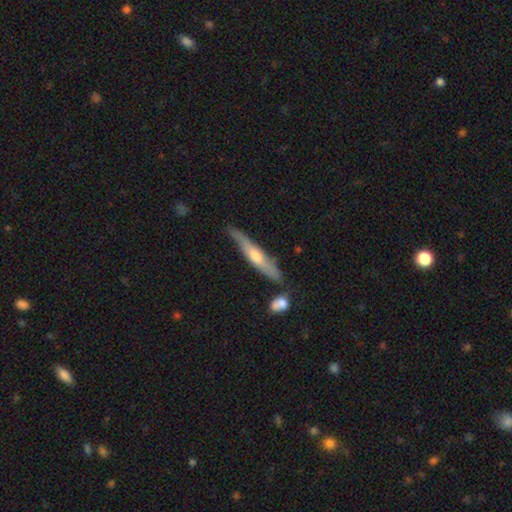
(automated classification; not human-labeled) A featured or disk galaxy (60%) viewed edge-on (91%) with a rounded central bulge (81%).

Vote fractions:
- Smooth or featured? featured or disk: 60% / smooth: 34% / star or artifact: 6%
- Edge-on disk? yes: 91% / no: 9%
- Edge-on bulge? rounded: 81% / none: 13% / boxy: 6%
- Merging? none: 75% / minor disturbance: 16% / merger: 6% / major disturbance: 3%